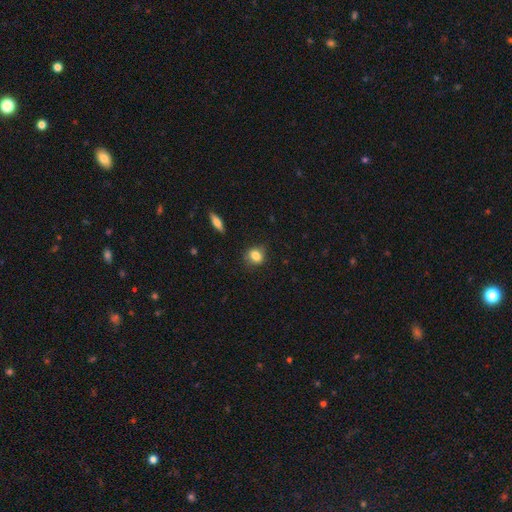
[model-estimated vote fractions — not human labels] Smooth or featured? Predicted: smooth (p=0.81). How rounded? Predicted: round (p=0.60). Merging? Predicted: none (p=0.80).